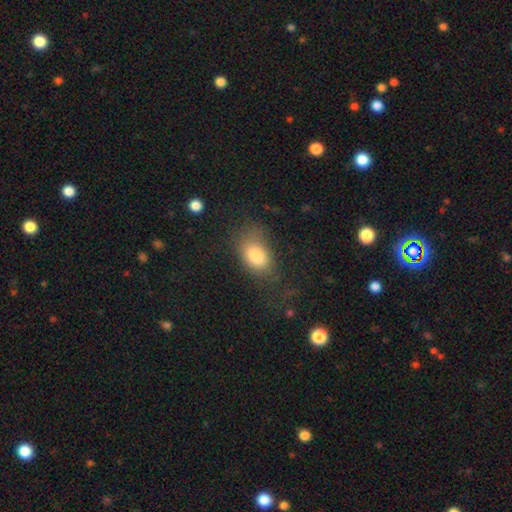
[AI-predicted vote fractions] Q: Smooth or featured?
A: smooth (80%); runner-up: featured or disk (11%)
Q: How rounded?
A: in between (87%); runner-up: round (11%)
Q: Merging?
A: none (56%); runner-up: minor disturbance (24%)